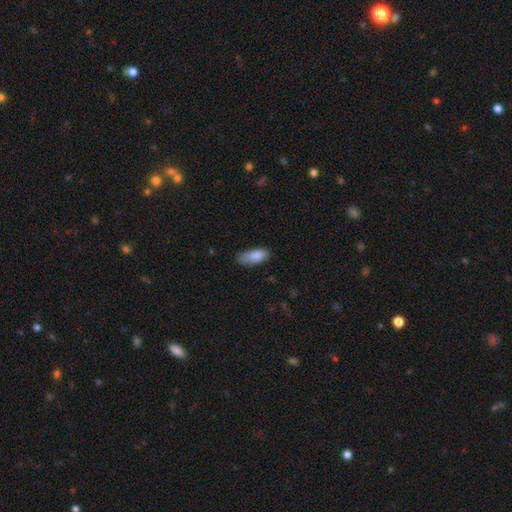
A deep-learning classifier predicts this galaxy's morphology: This is clearly a smooth galaxy (85%). How rounded: clearly in between (81%). Merging: likely none (61%).